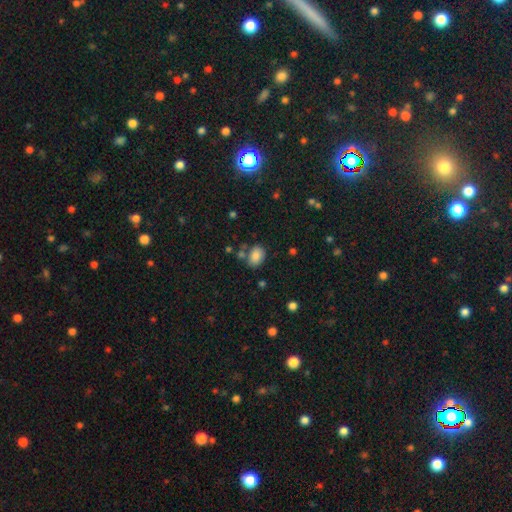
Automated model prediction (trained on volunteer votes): smooth_or_featured: smooth (p=0.84) [alt: star or artifact p=0.09]
how_rounded: in between (p=0.75) [alt: round p=0.24]
merging: none (p=0.70) [alt: minor disturbance p=0.15]